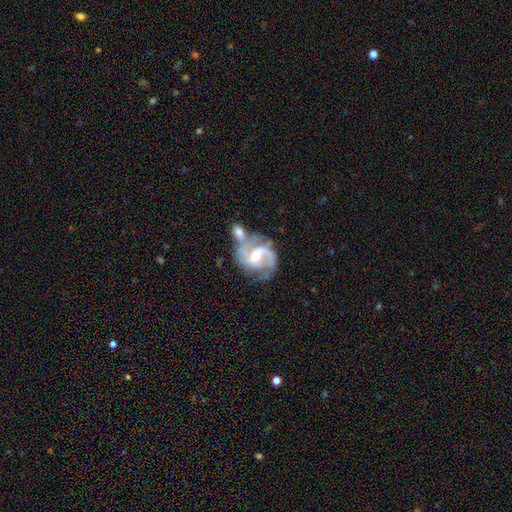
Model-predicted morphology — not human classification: Q: Smooth or featured?
A: featured or disk (88%); runner-up: smooth (7%)
Q: Edge-on disk?
A: no (98%); runner-up: yes (2%)
Q: Bar?
A: weak (50%); runner-up: no (32%)
Q: Spiral arms?
A: yes (96%); runner-up: no (4%)
Q: Spiral winding?
A: medium (55%); runner-up: tight (22%)
Q: Spiral arm count?
A: 2 (82%); runner-up: 1 (6%)
Q: Bulge size?
A: moderate (60%); runner-up: small (34%)
Q: Merging?
A: none (36%); runner-up: merger (34%)